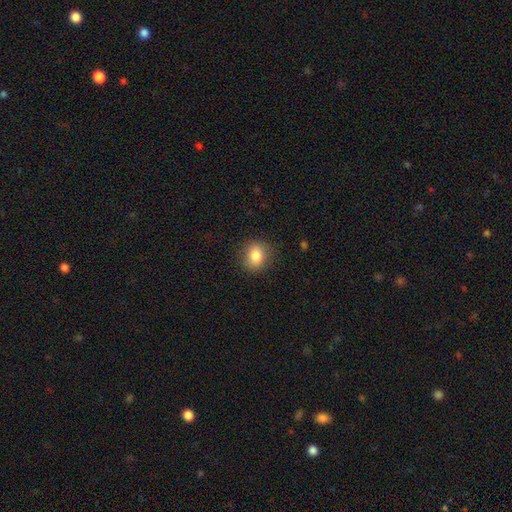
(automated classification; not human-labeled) A smooth galaxy with no disk features (83%) that is round (63%).

Vote fractions:
- Smooth or featured? smooth: 83% / star or artifact: 9% / featured or disk: 8%
- How rounded? round: 63% / in between: 35% / cigar-shaped: 1%
- Merging? none: 85% / minor disturbance: 11% / major disturbance: 3% / merger: 1%